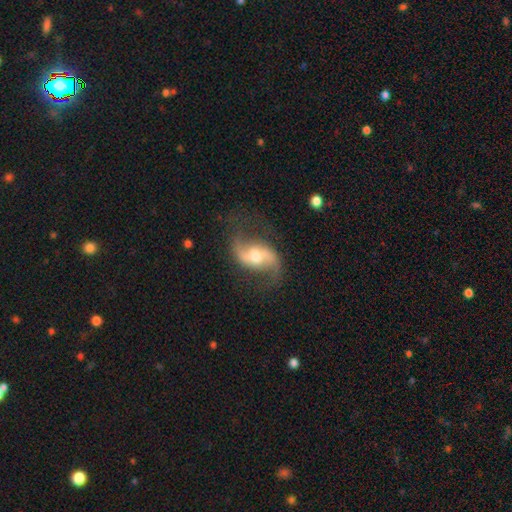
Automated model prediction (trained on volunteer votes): This appears to be a featured or disk galaxy (87%) with a weak bar (43%), 2 (93%) loose (68%) spiral arms (96%) and a moderate central bulge (65%). Merging: none (74%).